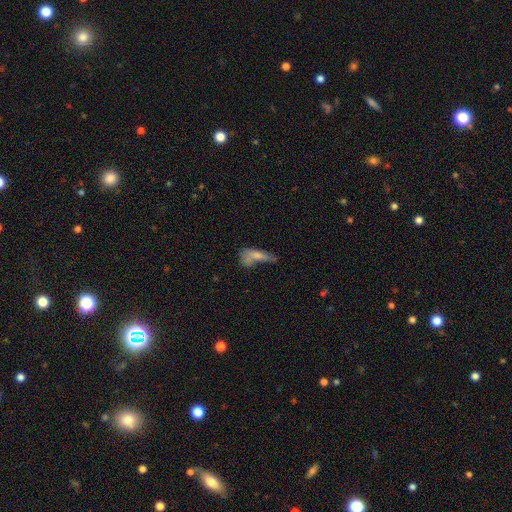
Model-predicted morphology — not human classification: type=smooth (67%); roundness=in between (57%); merging=major disturbance (28%).